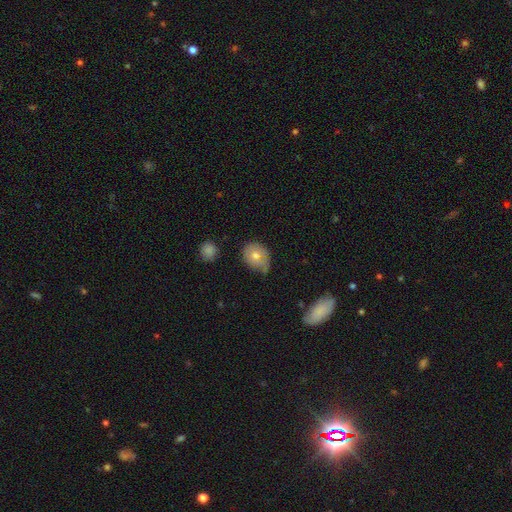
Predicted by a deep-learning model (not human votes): Smooth or featured: smooth — 71% (featured or disk — 20%)
How rounded: round — 52% (in between — 47%)
Merging: none — 54% (minor disturbance — 36%)